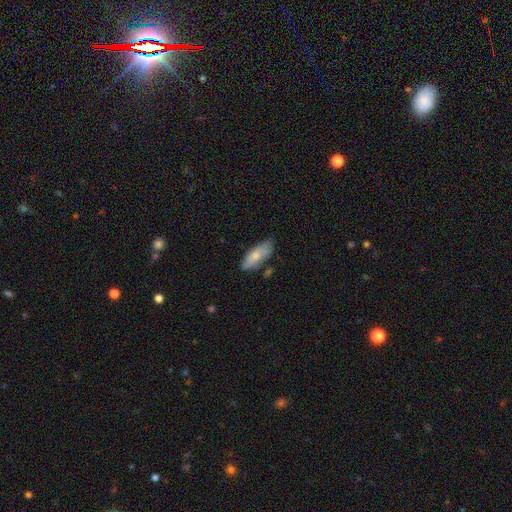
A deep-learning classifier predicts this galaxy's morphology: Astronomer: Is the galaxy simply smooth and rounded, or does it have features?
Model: smooth — 74%.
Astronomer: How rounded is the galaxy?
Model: in between — 74%.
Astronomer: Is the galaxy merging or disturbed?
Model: none — 68%.